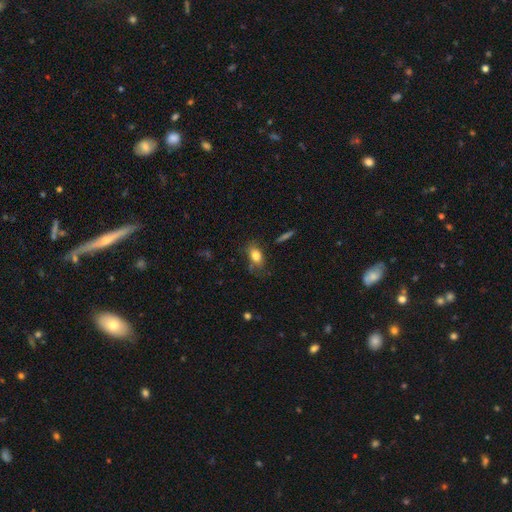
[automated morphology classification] Smooth or featured: smooth — 79% (featured or disk — 12%)
How rounded: in between — 82% (round — 14%)
Merging: none — 65% (minor disturbance — 23%)